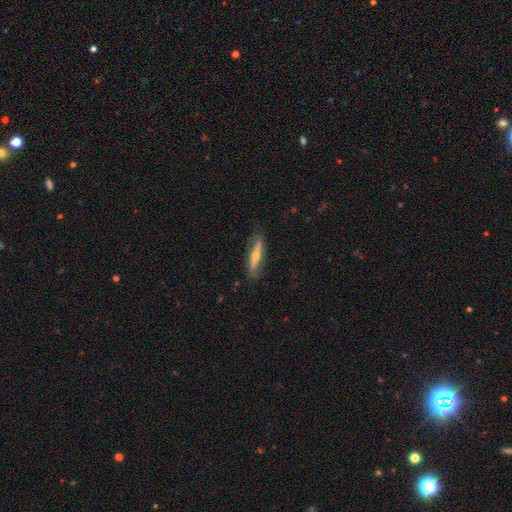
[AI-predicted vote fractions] A featured or disk galaxy (56%) viewed edge-on (72%). Merging: none (77%).